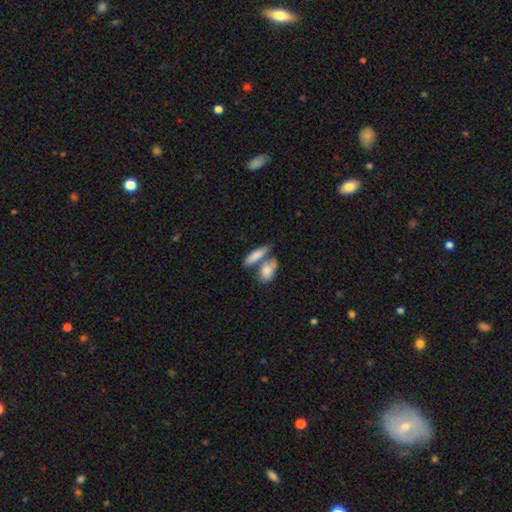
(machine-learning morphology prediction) A smooth galaxy with no disk features (80%) that is in between round and cigar-shaped (59%).

Vote fractions:
- Smooth or featured? smooth: 80% / featured or disk: 14% / star or artifact: 6%
- How rounded? in between: 59% / cigar-shaped: 37% / round: 5%
- Merging? none: 45% / merger: 40% / minor disturbance: 11% / major disturbance: 4%